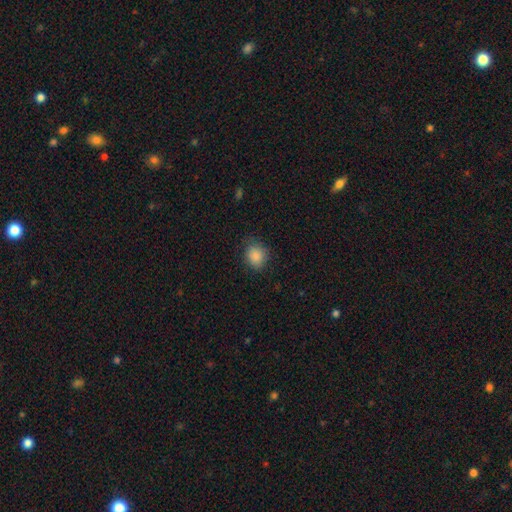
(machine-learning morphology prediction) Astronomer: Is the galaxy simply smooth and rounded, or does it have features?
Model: smooth — 87%.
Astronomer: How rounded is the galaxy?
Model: round — 67%.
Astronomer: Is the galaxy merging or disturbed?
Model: none — 77%.